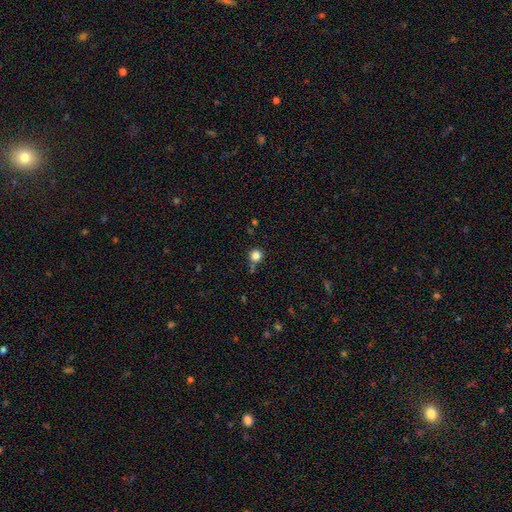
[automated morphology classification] Smooth or featured?
  - smooth: 83% *
  - star or artifact: 12%
  - featured or disk: 5%
How rounded?
  - round: 94% *
  - in between: 5%
  - cigar-shaped: 1%
Merging?
  - none: 79% *
  - minor disturbance: 10%
  - merger: 8%
  - major disturbance: 3%